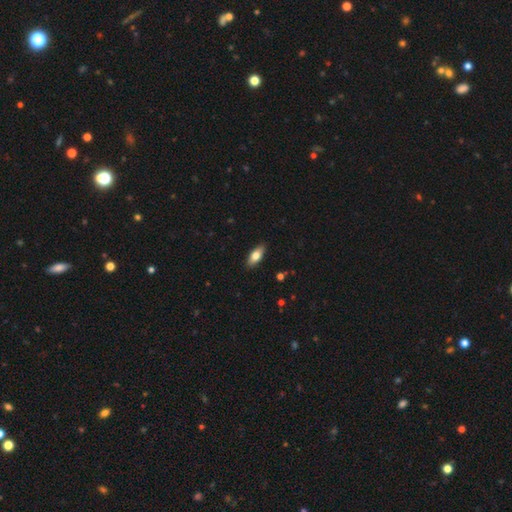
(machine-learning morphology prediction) Q: Smooth or featured?
A: smooth (75%); runner-up: featured or disk (19%)
Q: How rounded?
A: in between (78%); runner-up: cigar-shaped (20%)
Q: Merging?
A: none (89%); runner-up: minor disturbance (9%)